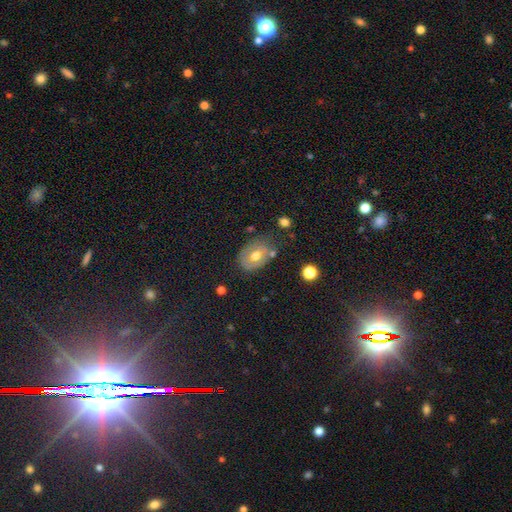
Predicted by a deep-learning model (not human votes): A smooth galaxy with no disk features (53%) that is in between round and cigar-shaped (72%). Merging: none (66%).